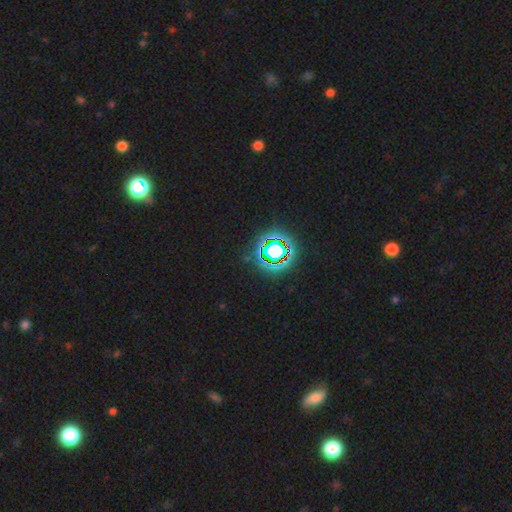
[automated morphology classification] type=star or artifact (80%).